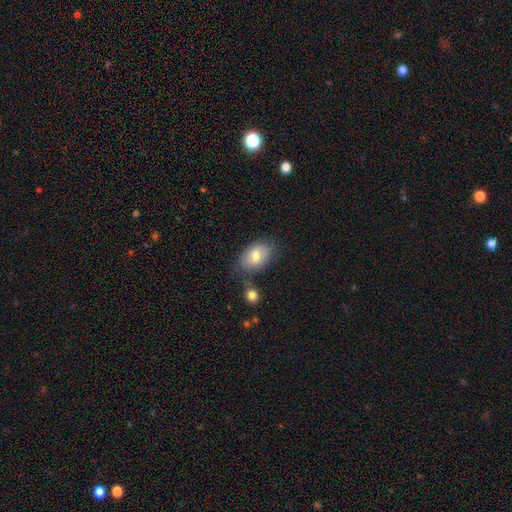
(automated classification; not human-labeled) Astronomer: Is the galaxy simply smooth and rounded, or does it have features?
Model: smooth — 72%.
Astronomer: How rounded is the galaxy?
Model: in between — 86%.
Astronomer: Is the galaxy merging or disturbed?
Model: none — 65%.